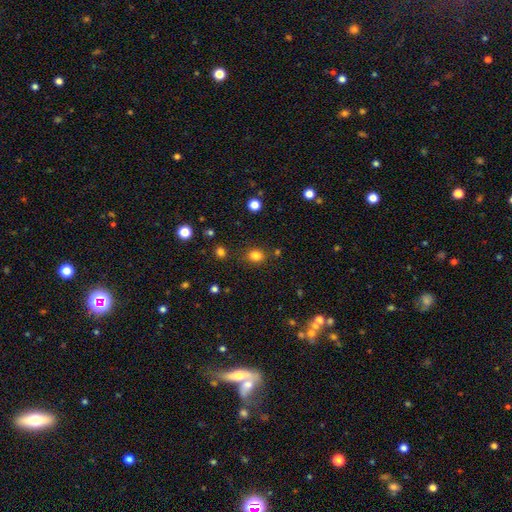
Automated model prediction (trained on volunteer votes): A smooth galaxy with no disk features (81%) that is round (60%).

Vote fractions:
- Smooth or featured? smooth: 81% / star or artifact: 13% / featured or disk: 5%
- How rounded? round: 60% / in between: 39% / cigar-shaped: 1%
- Merging? none: 83% / minor disturbance: 10% / major disturbance: 3% / merger: 3%